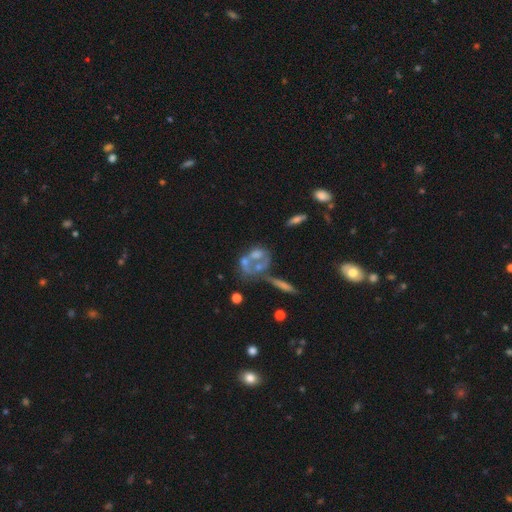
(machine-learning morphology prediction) smooth_or_featured: featured or disk (p=0.52) [alt: smooth p=0.30]
disk_edge_on: no (p=0.94) [alt: yes p=0.06]
merging: merger (p=0.48) [alt: none p=0.24]